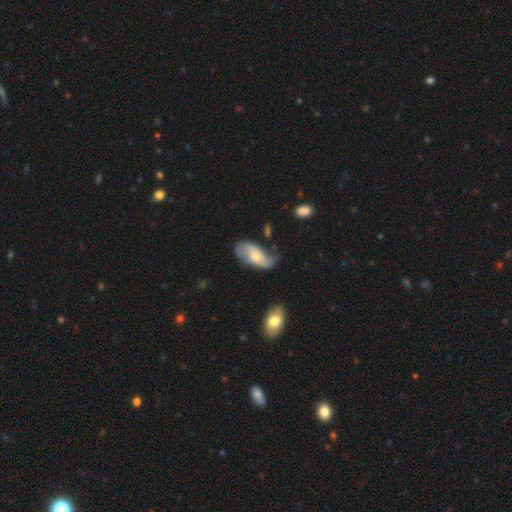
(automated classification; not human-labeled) A featured or disk galaxy (59%) with no bar (55%), spiral arms (82%) and a moderate central bulge (51%). Merging: none (52%).